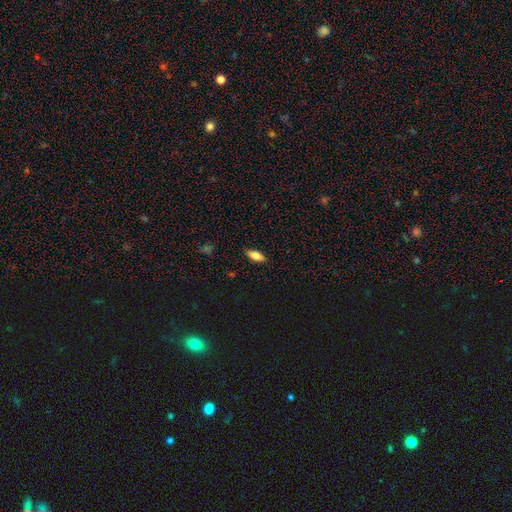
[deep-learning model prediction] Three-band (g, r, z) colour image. It shows a smooth galaxy with no disk features (75%) that is in between round and cigar-shaped (79%). Merging: none (86%).